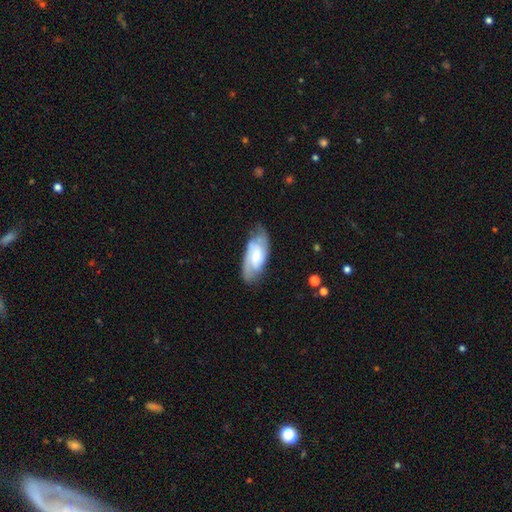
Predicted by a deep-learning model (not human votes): Q: Smooth or featured?
A: featured or disk (64%); runner-up: smooth (31%)
Q: Edge-on disk?
A: no (92%); runner-up: yes (8%)
Q: Bar?
A: no (50%); runner-up: weak (40%)
Q: Spiral arms?
A: yes (89%); runner-up: no (11%)
Q: Spiral winding?
A: medium (45%); runner-up: tight (39%)
Q: Spiral arm count?
A: 2 (64%); runner-up: can't tell (21%)
Q: Bulge size?
A: moderate (46%); runner-up: small (35%)
Q: Merging?
A: none (66%); runner-up: minor disturbance (25%)